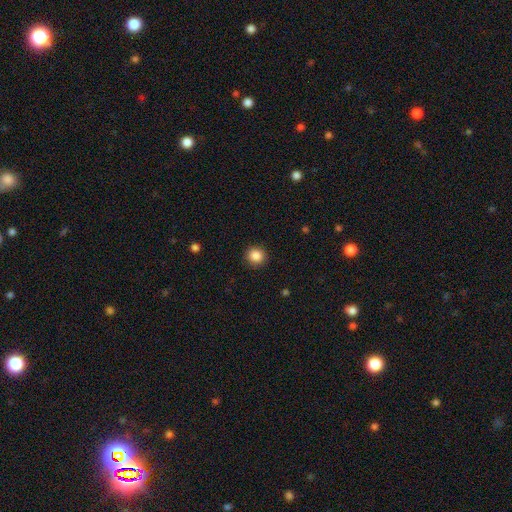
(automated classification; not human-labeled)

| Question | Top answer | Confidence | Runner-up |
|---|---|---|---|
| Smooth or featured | smooth | 87% | star or artifact (10%) |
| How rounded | round | 90% | in between (9%) |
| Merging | none | 90% | minor disturbance (7%) |